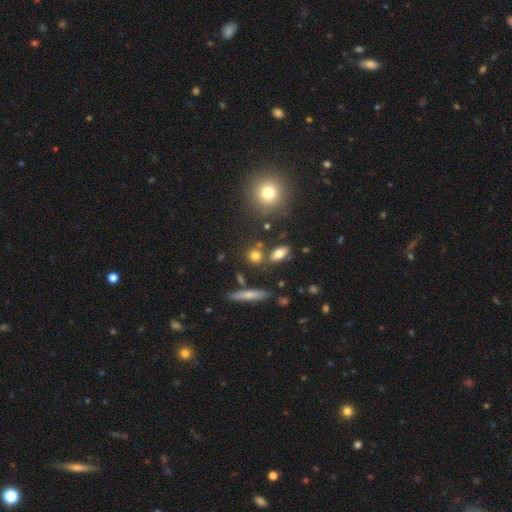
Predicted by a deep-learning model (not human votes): smooth_or_featured: smooth (p=0.70) [alt: star or artifact p=0.16]
how_rounded: round (p=0.50) [alt: in between p=0.38]
merging: none (p=0.74) [alt: merger p=0.13]